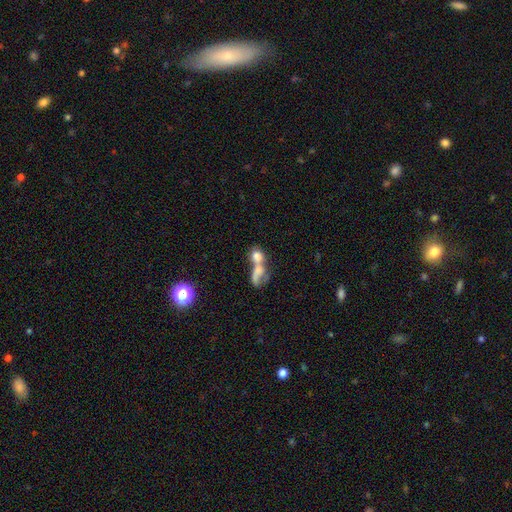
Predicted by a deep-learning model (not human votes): smooth-or-featured: smooth: 66% | featured or disk: 22% | star or artifact: 12%
  how-rounded: round: 51% | in between: 44% | cigar-shaped: 5%
  merging: merger: 70% | none: 15% | major disturbance: 10% | minor disturbance: 6%